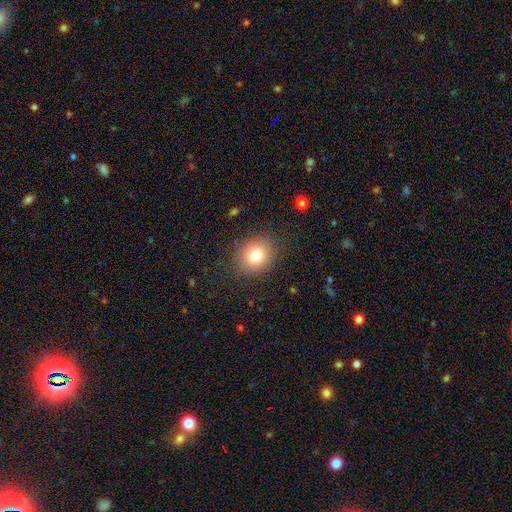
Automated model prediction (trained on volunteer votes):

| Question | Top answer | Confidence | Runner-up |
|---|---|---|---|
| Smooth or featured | smooth | 78% | star or artifact (11%) |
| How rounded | round | 67% | in between (32%) |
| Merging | none | 85% | minor disturbance (10%) |